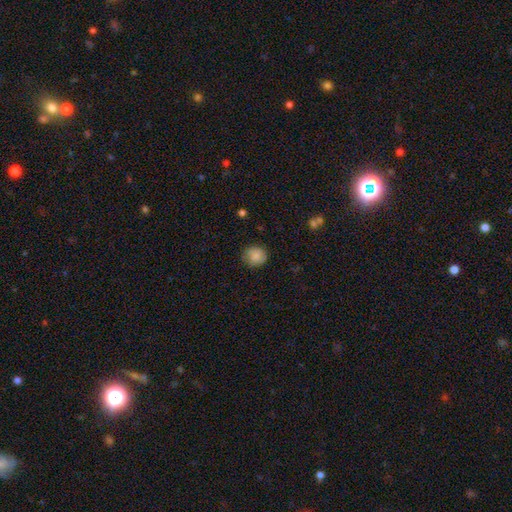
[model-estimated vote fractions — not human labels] Smooth or featured?
  - smooth: 85% *
  - star or artifact: 8%
  - featured or disk: 7%
How rounded?
  - round: 82% *
  - in between: 17%
  - cigar-shaped: 1%
Merging?
  - none: 83% *
  - minor disturbance: 13%
  - major disturbance: 3%
  - merger: 1%